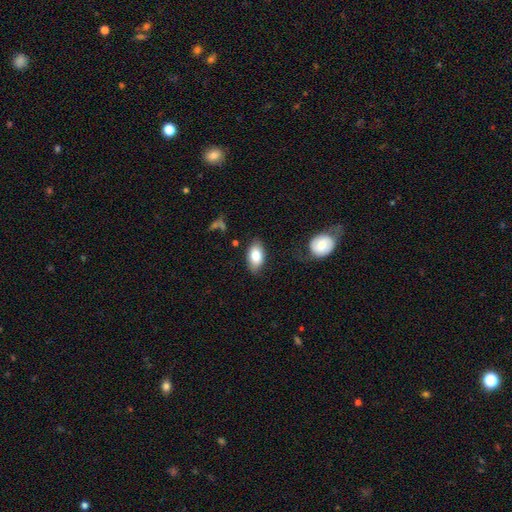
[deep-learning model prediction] smooth_or_featured: smooth (p=0.81) [alt: featured or disk p=0.12]
how_rounded: in between (p=0.93) [alt: round p=0.05]
merging: none (p=0.80) [alt: minor disturbance p=0.14]